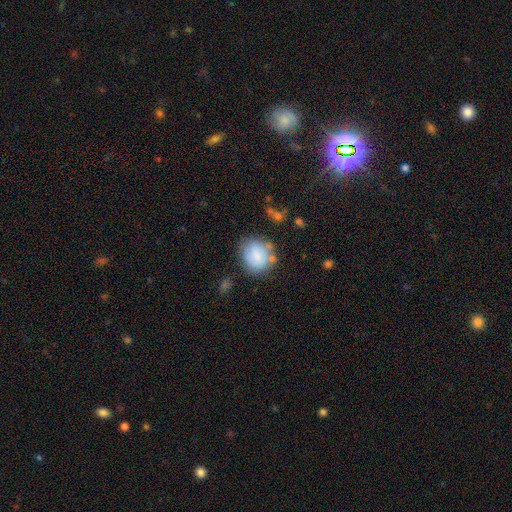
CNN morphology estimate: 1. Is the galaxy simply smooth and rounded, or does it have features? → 77% smooth, 15% featured or disk, 8% star or artifact.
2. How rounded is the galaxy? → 69% round, 30% in between, 1% cigar-shaped.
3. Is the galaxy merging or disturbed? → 61% none, 22% minor disturbance, 9% merger, 8% major disturbance.